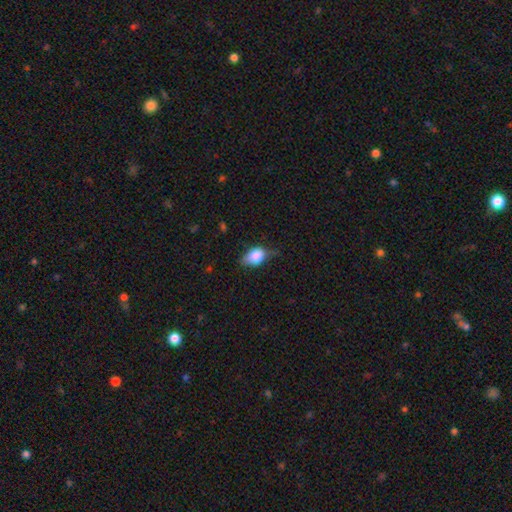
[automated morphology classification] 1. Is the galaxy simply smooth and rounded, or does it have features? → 73% smooth, 18% featured or disk, 9% star or artifact.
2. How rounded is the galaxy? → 78% in between, 19% round, 3% cigar-shaped.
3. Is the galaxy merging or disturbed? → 53% none, 35% minor disturbance, 10% major disturbance, 2% merger.